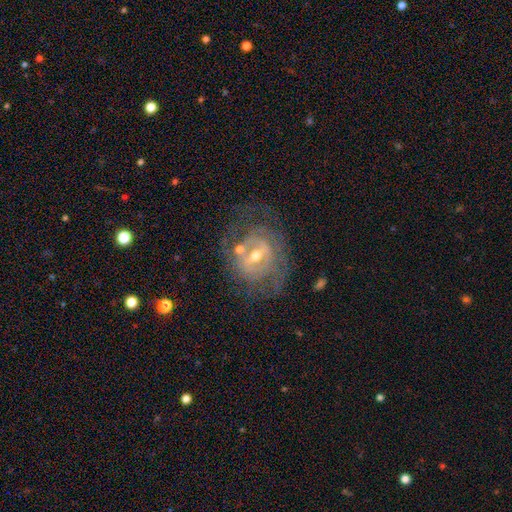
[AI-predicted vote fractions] A featured or disk galaxy (80%) with a weak bar (44%), tight (55%) spiral arms (68%) and a moderate central bulge (57%). Merging: none (59%).